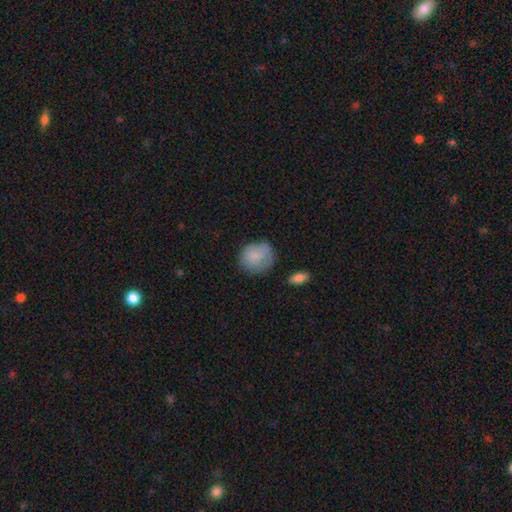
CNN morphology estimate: Smooth or featured: smooth — 81% (featured or disk — 12%)
How rounded: round — 78% (in between — 21%)
Merging: none — 65% (minor disturbance — 24%)